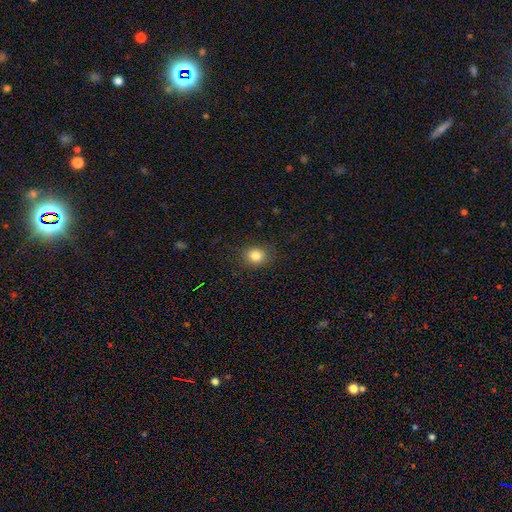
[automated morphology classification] The model was most divided on "how rounded": round: 73%, in between: 27%, cigar-shaped: 1%. More confident: merging — none (88%); smooth or featured — smooth (83%).